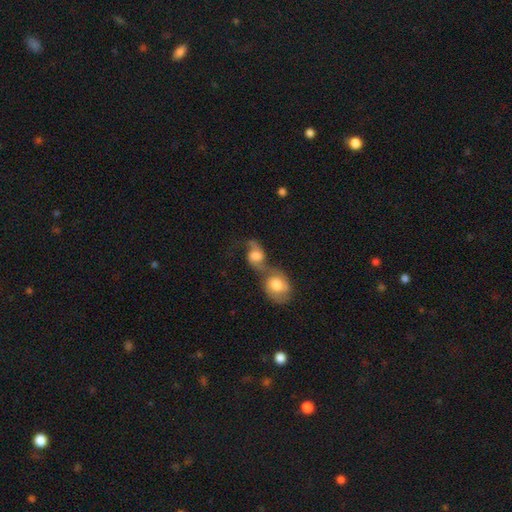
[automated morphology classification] This is possibly a featured or disk galaxy (48%). Merging: likely merger (75%).